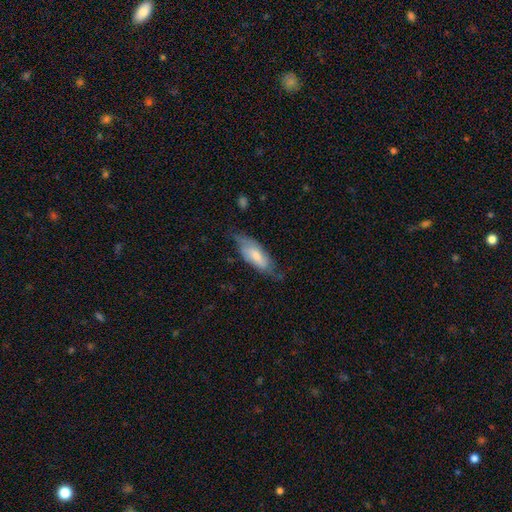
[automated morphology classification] Smooth or featured?
  - smooth: 60% *
  - featured or disk: 34%
  - star or artifact: 6%
How rounded?
  - in between: 71% *
  - cigar-shaped: 28%
  - round: 2%
Merging?
  - none: 51% *
  - minor disturbance: 34%
  - major disturbance: 14%
  - merger: 2%